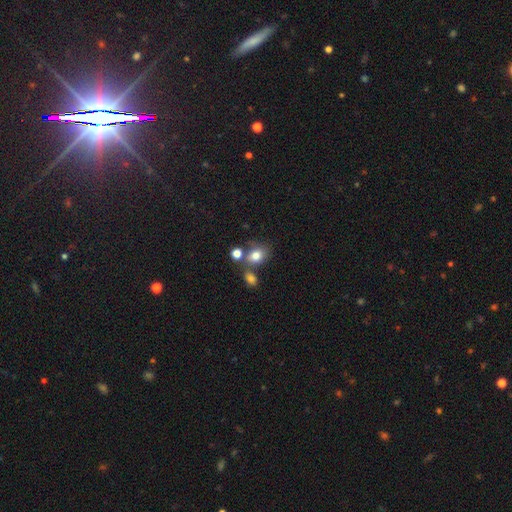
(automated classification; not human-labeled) Morphology: type=smooth (78%); roundness=in between (60%); merging=none (53%).